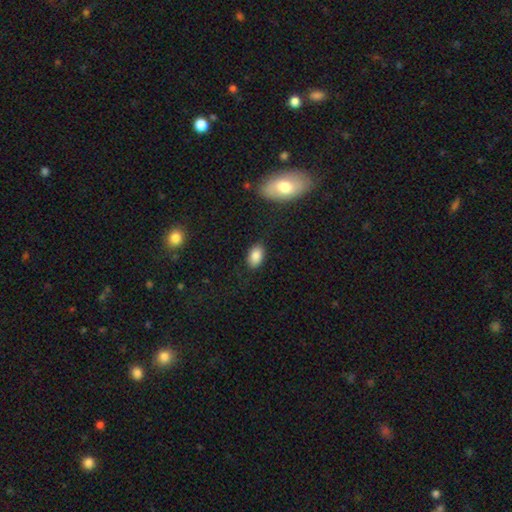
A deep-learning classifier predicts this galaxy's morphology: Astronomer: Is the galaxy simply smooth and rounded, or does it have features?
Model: smooth — 86%.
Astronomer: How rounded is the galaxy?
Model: in between — 90%.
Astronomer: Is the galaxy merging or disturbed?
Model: none — 84%.